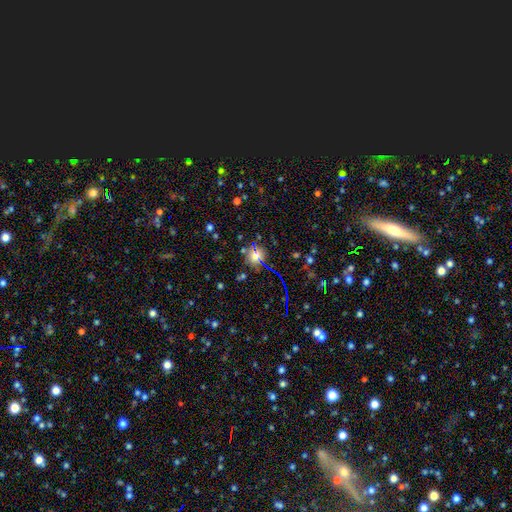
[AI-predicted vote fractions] smooth_or_featured: smooth (p=0.60) [alt: star or artifact p=0.28]
how_rounded: round (p=0.82) [alt: in between p=0.16]
merging: none (p=0.78) [alt: minor disturbance p=0.11]